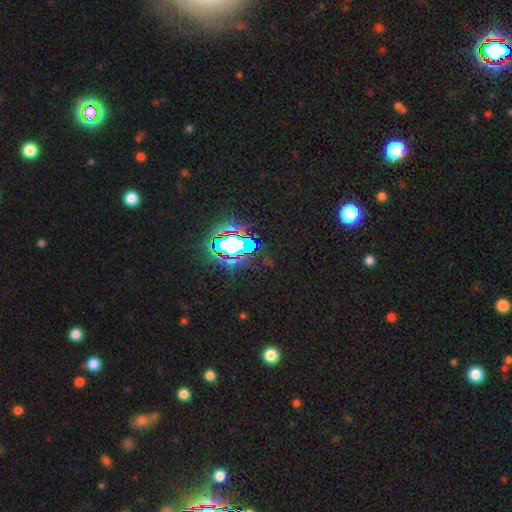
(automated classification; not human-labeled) Overall: star or artifact (83%).